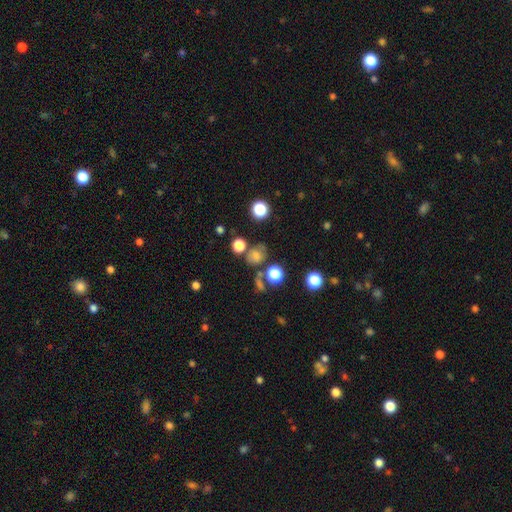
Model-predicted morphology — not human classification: Q: Smooth or featured?
A: smooth (65%); runner-up: star or artifact (20%)
Q: How rounded?
A: round (67%); runner-up: in between (32%)
Q: Merging?
A: none (60%); runner-up: minor disturbance (17%)